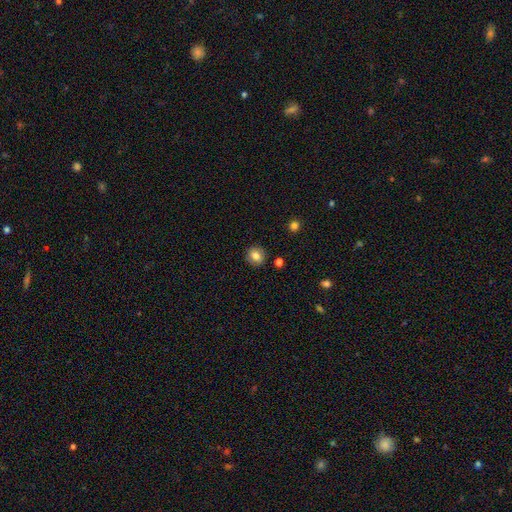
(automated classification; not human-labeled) Smooth or featured?
  - smooth: 79% *
  - featured or disk: 11%
  - star or artifact: 10%
How rounded?
  - round: 85% *
  - in between: 14%
  - cigar-shaped: 1%
Merging?
  - none: 89% *
  - minor disturbance: 7%
  - major disturbance: 2%
  - merger: 2%